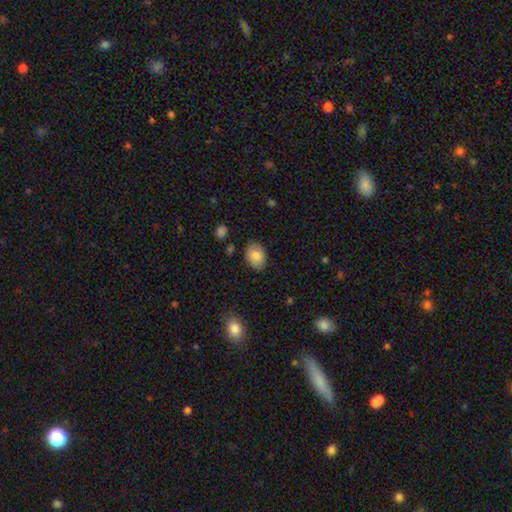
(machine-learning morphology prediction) This is clearly a smooth galaxy (82%). How rounded: likely in between (75%). Merging: clearly none (81%).